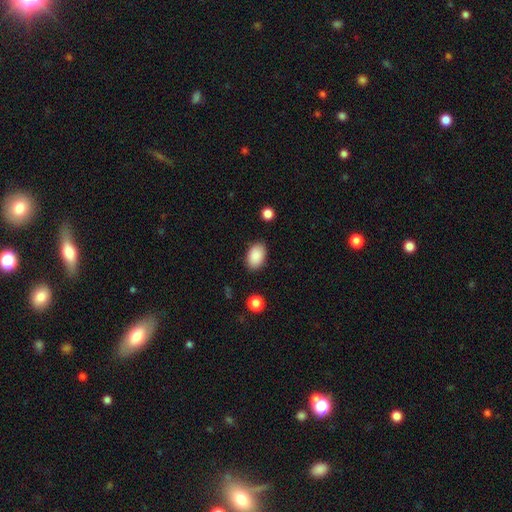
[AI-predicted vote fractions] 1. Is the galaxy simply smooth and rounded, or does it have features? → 89% smooth, 7% star or artifact, 4% featured or disk.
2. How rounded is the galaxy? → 89% in between, 10% round, 1% cigar-shaped.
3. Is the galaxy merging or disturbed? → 85% none, 11% minor disturbance, 3% major disturbance, 1% merger.